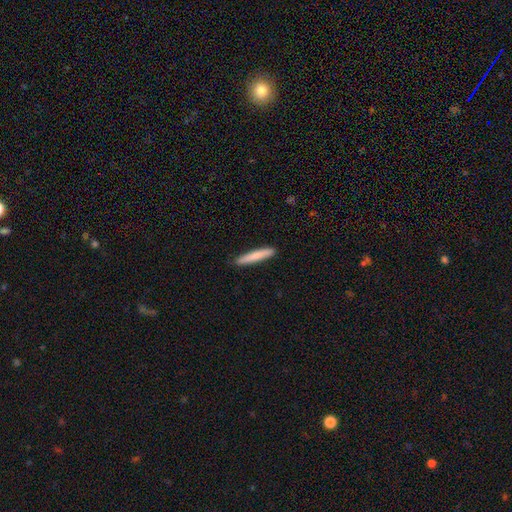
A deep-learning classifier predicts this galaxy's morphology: type=smooth (79%); roundness=cigar-shaped (94%); merging=none (90%).